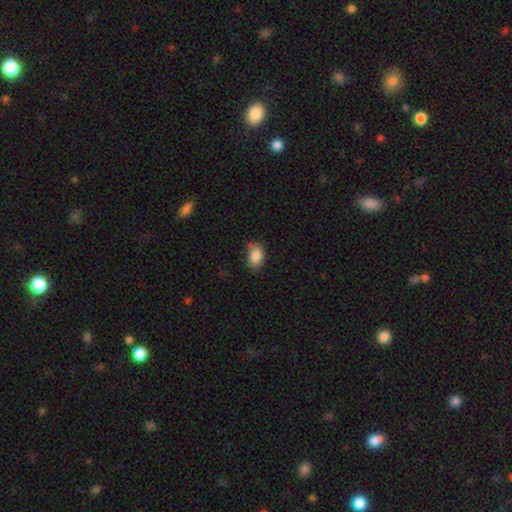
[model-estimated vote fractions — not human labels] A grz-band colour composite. It shows a smooth galaxy with no disk features (87%) that is in between round and cigar-shaped (84%). Merging: none (70%).